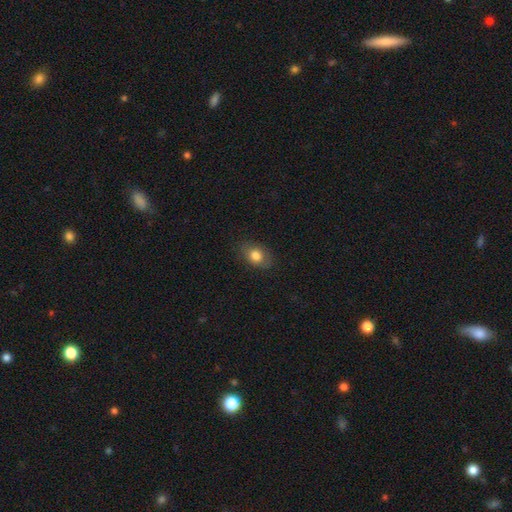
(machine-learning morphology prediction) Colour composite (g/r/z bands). It shows a smooth galaxy with no disk features (80%) that is in between round and cigar-shaped (71%). Merging: none (82%).